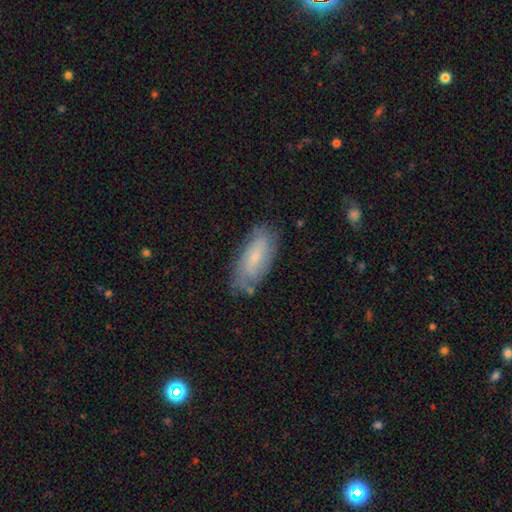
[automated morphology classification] This appears to be a featured or disk galaxy (49%). Merging: none (71%).